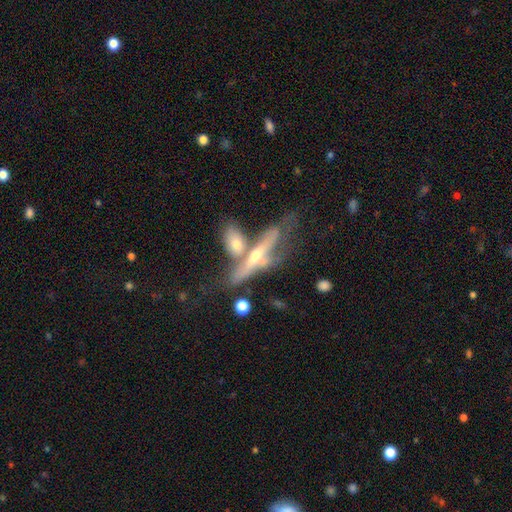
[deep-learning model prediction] This is likely a featured or disk galaxy (64%). It is likely viewed edge-on (72%). Merging: marginally merger (44%).